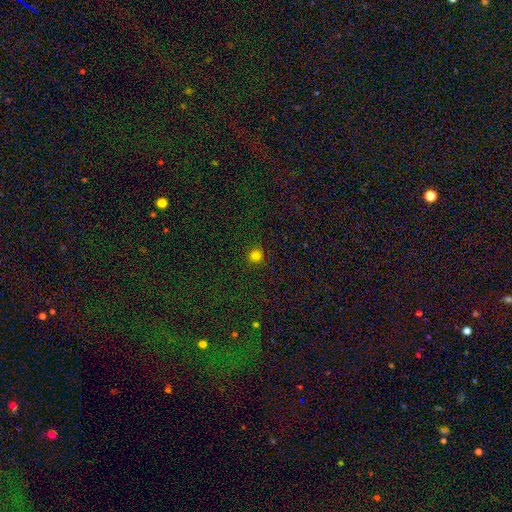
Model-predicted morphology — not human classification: smooth_or_featured: smooth (p=0.81) [alt: star or artifact p=0.15]
how_rounded: round (p=0.95) [alt: in between p=0.04]
merging: none (p=0.92) [alt: minor disturbance p=0.05]